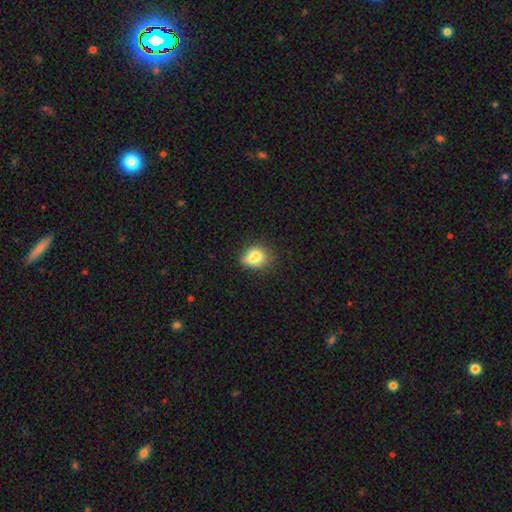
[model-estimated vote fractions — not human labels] Smooth or featured? Predicted: smooth (p=0.78). How rounded? Predicted: in between (p=0.55). Merging? Predicted: none (p=0.52).